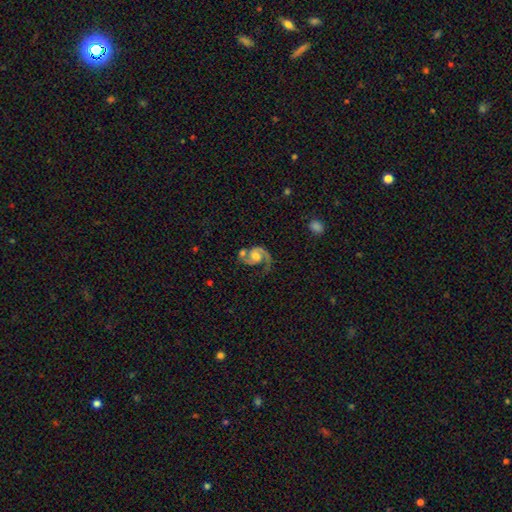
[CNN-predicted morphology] Smooth or featured? Predicted: featured or disk (p=0.89). Edge-on disk? Predicted: no (p=0.98). Bar? Predicted: no (p=0.59). Spiral arms? Predicted: yes (p=0.98). Spiral winding? Predicted: medium (p=0.57). Spiral arm count? Predicted: 2 (p=0.81). Bulge size? Predicted: moderate (p=0.60). Merging? Predicted: none (p=0.51).